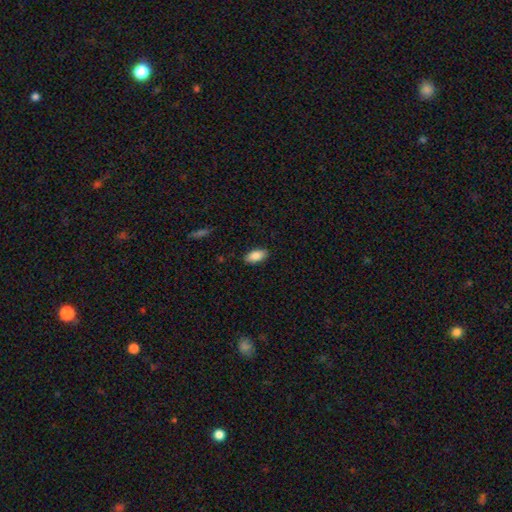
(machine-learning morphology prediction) This is clearly a smooth galaxy (87%). How rounded: clearly in between (91%). Merging: clearly none (87%).